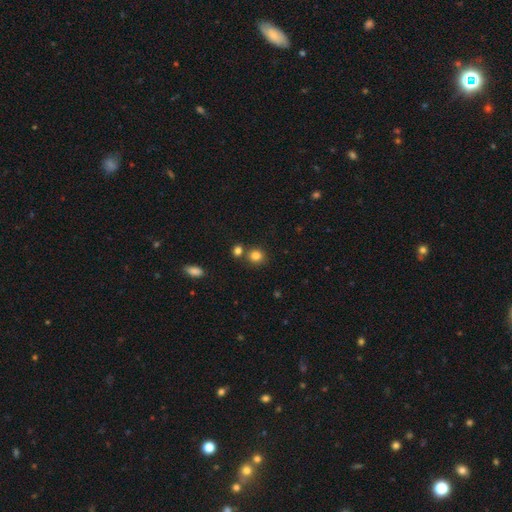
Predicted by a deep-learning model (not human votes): This is clearly a smooth galaxy (83%). How rounded: clearly round (84%). Merging: likely none (69%).